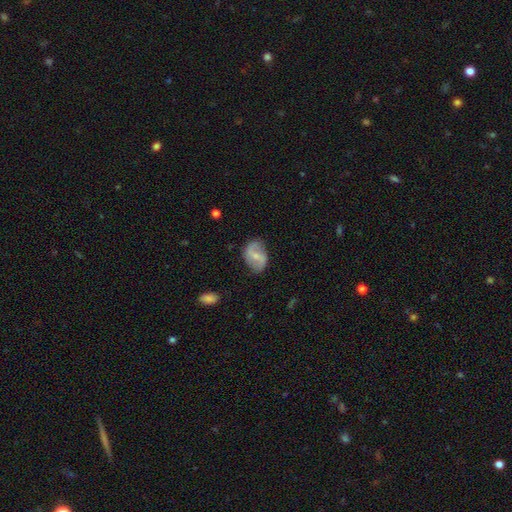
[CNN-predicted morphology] smooth-or-featured: featured or disk: 62% | smooth: 32% | star or artifact: 7%
  disk-edge-on: no: 97% | yes: 3%
    bar: weak: 49% | no: 26% | strong: 24%
    has-spiral-arms: yes: 84% | no: 16%
      spiral-winding: loose: 56% | medium: 33% | tight: 11%
      spiral-arm-count: 2: 87% | can't tell: 7% | 1: 3% | 3: 1% | 4: 1% | more than 4: 1%
    bulge-size: small: 57% | moderate: 30% | none: 10% | large: 2% | dominant: 1%
  merging: none: 74% | minor disturbance: 19% | major disturbance: 6% | merger: 2%